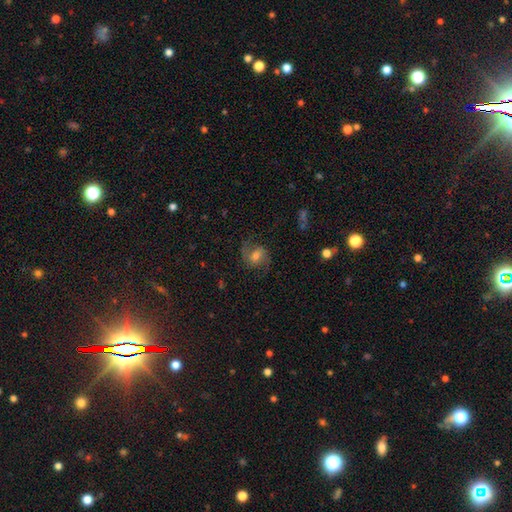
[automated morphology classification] Overall: featured or disk (62%; smooth 28%). Edge-on disk: no (97%). Bar: weak (47%; no 36%). Spiral arms: yes (91%). Spiral arm count: 2 (89%). Spiral winding: medium (48%; loose 39%). Bulge size: moderate (57%; small 23%). Merging: none (72%).